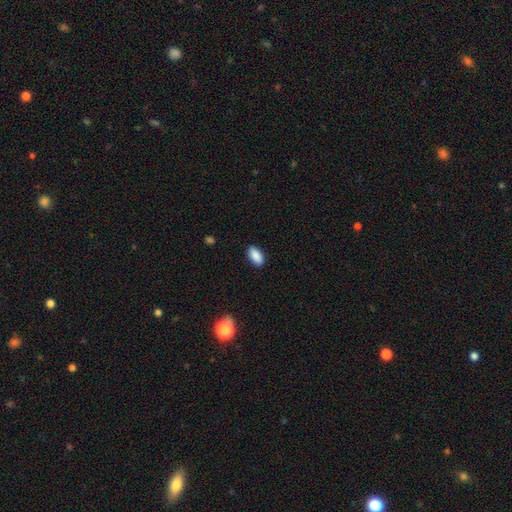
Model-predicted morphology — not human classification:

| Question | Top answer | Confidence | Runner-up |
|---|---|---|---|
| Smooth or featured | smooth | 88% | star or artifact (7%) |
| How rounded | in between | 91% | cigar-shaped (6%) |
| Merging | none | 88% | minor disturbance (9%) |